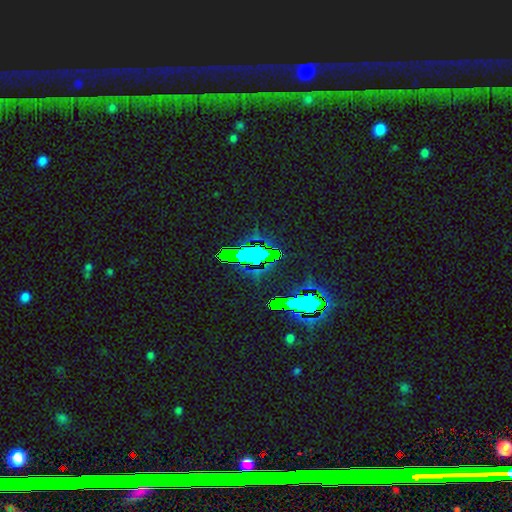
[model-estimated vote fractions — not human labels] Smooth or featured?
  - star or artifact: 71% *
  - smooth: 18%
  - featured or disk: 11%